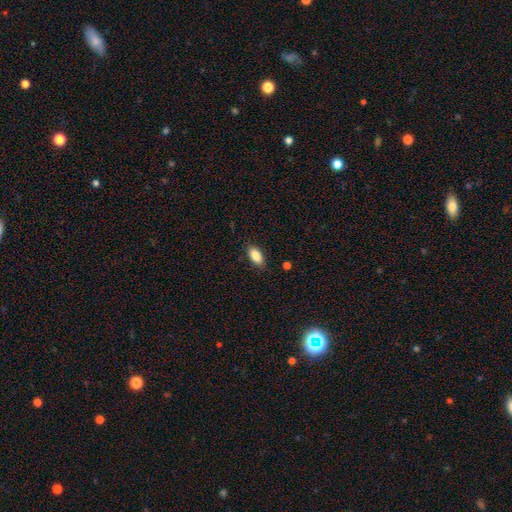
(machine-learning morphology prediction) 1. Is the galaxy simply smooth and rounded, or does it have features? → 86% smooth, 7% star or artifact, 6% featured or disk.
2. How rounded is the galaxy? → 90% in between, 7% cigar-shaped, 3% round.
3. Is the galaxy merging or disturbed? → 86% none, 10% minor disturbance, 2% major disturbance, 1% merger.